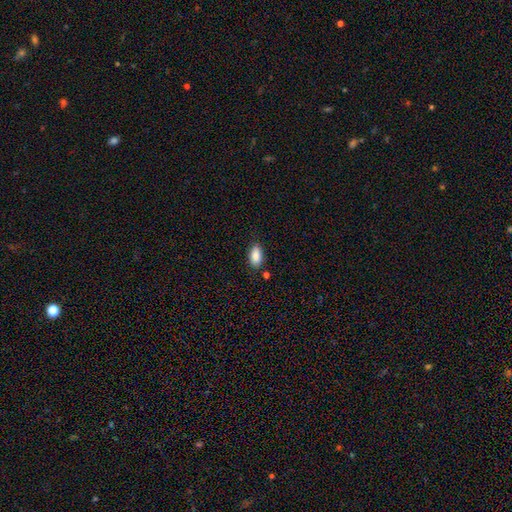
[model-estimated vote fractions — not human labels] The model was most divided on "merging": none: 79%, minor disturbance: 14%, merger: 4%, major disturbance: 3%. More confident: how rounded — in between (92%); smooth or featured — smooth (87%).